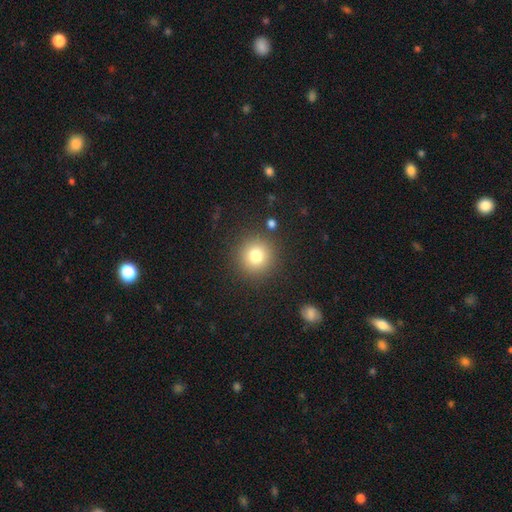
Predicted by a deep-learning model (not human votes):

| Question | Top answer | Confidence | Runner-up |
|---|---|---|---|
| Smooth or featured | smooth | 79% | star or artifact (13%) |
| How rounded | round | 94% | in between (5%) |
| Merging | none | 88% | minor disturbance (6%) |